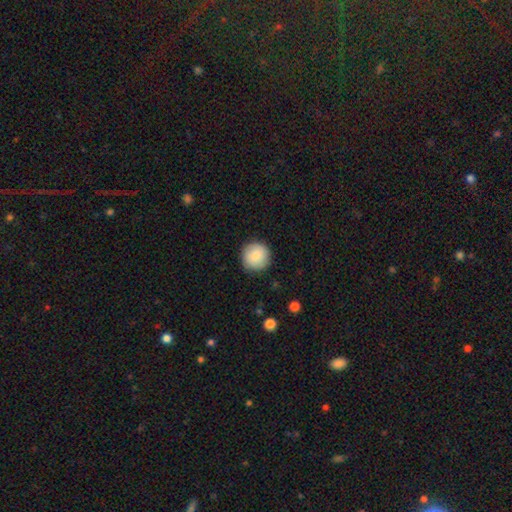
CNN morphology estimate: Smooth or featured: smooth — 84% (featured or disk — 9%)
How rounded: round — 95% (in between — 4%)
Merging: none — 89% (minor disturbance — 8%)